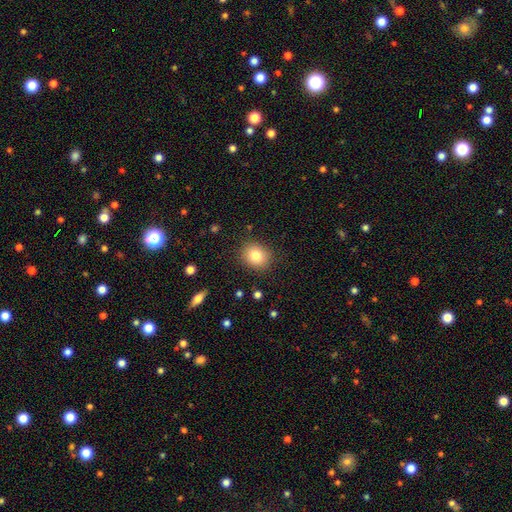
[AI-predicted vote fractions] This appears to be a smooth galaxy with no disk features (81%) that is round (67%). Merging: none (88%).